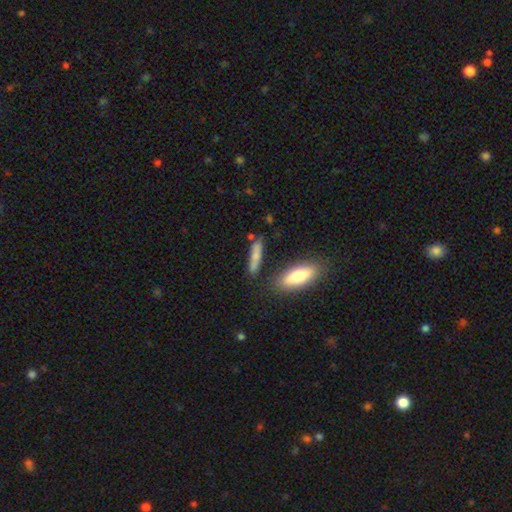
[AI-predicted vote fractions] This is likely a smooth galaxy (71%). How rounded: likely cigar-shaped (79%). Merging: likely none (70%).